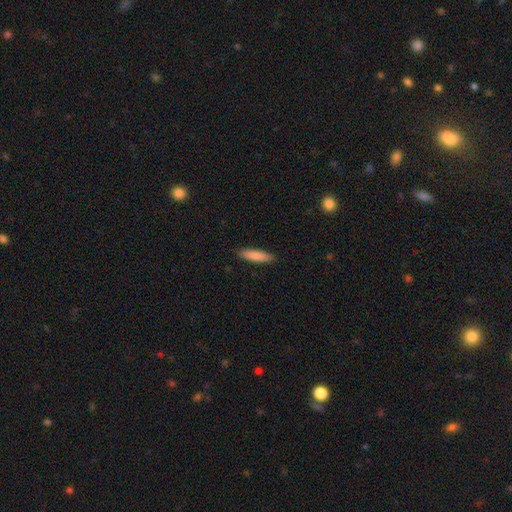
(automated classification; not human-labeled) Smooth or featured? Predicted: smooth (p=0.85). How rounded? Predicted: cigar-shaped (p=0.79). Merging? Predicted: none (p=0.89).